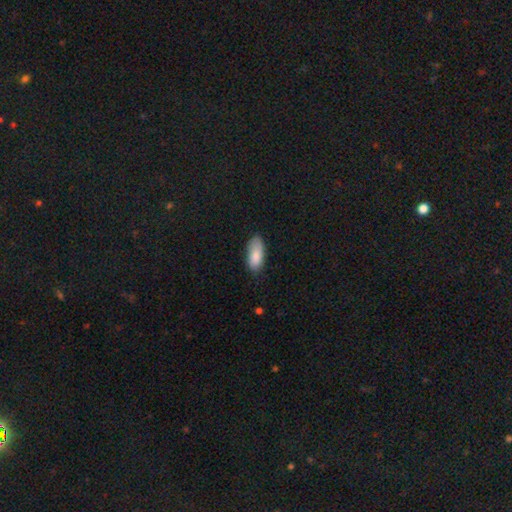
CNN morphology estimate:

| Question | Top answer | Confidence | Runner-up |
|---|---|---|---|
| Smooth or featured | smooth | 86% | featured or disk (8%) |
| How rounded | in between | 86% | cigar-shaped (12%) |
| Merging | none | 73% | minor disturbance (22%) |